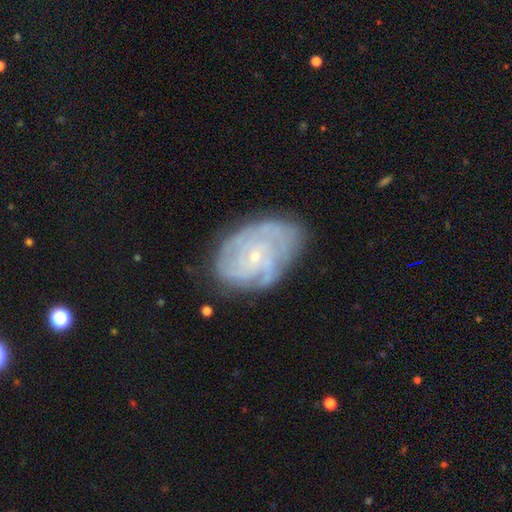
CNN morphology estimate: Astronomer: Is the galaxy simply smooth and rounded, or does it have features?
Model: featured or disk — 76%.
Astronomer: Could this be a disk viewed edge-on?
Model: no — 97%.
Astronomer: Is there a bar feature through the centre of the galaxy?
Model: no — 75%.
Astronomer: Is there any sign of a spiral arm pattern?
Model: yes — 92%.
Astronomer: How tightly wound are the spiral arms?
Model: tight — 69%.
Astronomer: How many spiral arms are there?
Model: can't tell — 37% (runner-up: 3, 18%).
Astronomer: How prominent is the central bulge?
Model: small — 83%.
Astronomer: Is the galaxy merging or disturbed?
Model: none — 72%.